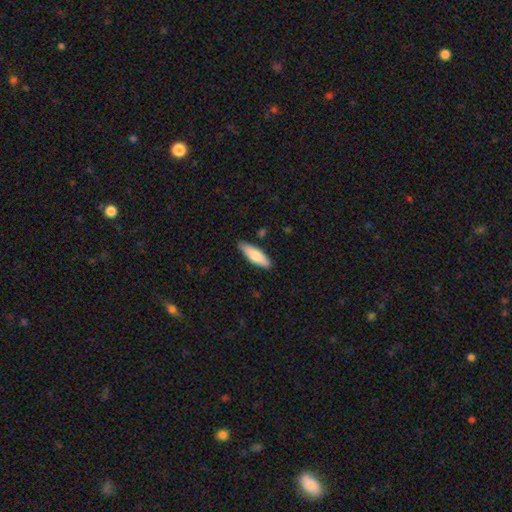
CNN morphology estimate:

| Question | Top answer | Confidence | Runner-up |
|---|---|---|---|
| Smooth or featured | smooth | 78% | featured or disk (17%) |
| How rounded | in between | 50% | cigar-shaped (48%) |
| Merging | none | 85% | minor disturbance (11%) |